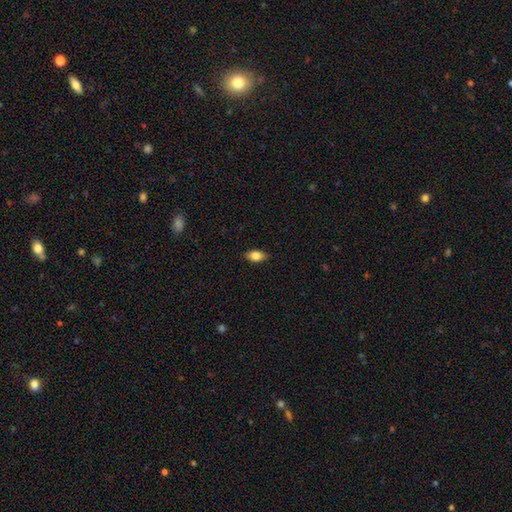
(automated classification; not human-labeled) A smooth galaxy with no disk features (81%) that is in between round and cigar-shaped (87%). Merging: none (85%).